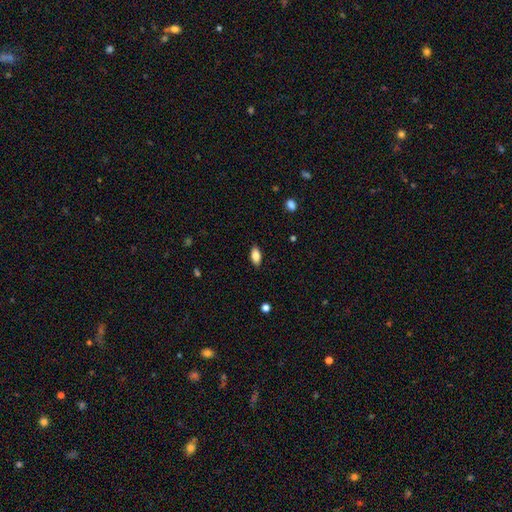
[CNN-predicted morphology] Overall: smooth (84%). How rounded: in between (89%). Merging: none (87%).